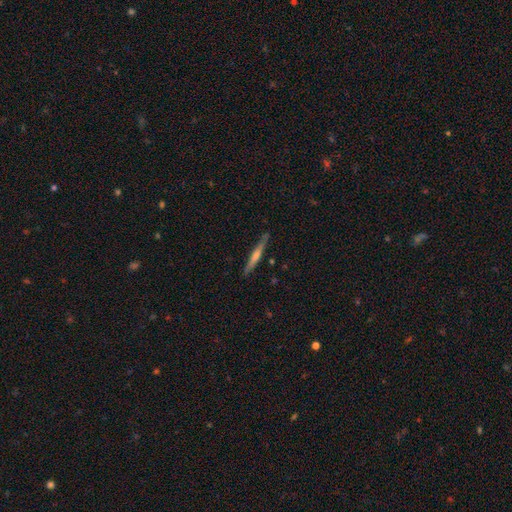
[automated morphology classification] Q: Smooth or featured?
A: featured or disk (59%); runner-up: smooth (35%)
Q: Edge-on disk?
A: yes (97%); runner-up: no (3%)
Q: Edge-on bulge?
A: rounded (57%); runner-up: none (32%)
Q: Merging?
A: none (86%); runner-up: minor disturbance (10%)